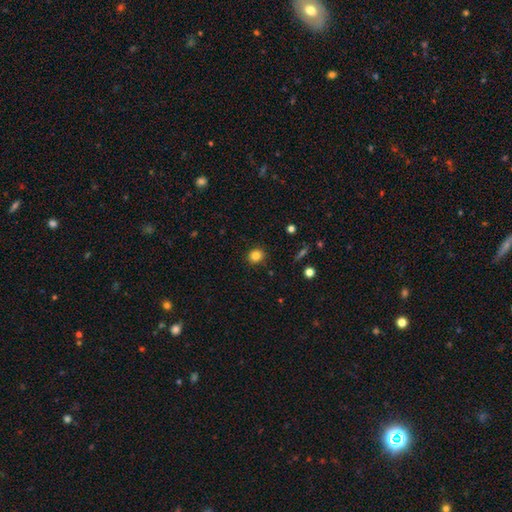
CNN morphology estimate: Smooth or featured? Predicted: smooth (p=0.83). How rounded? Predicted: round (p=0.82). Merging? Predicted: none (p=0.89).